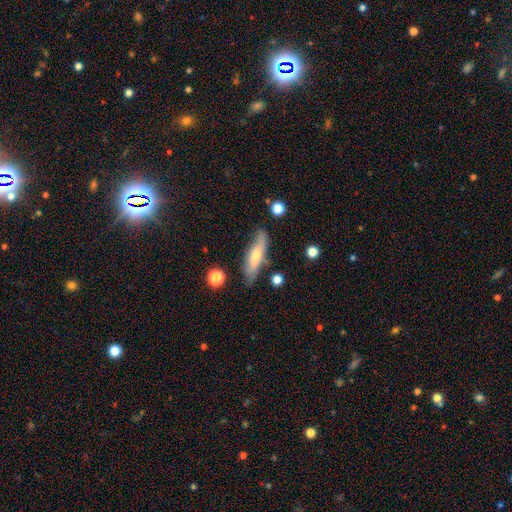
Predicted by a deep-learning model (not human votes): Smooth or featured? smooth (47%)
Merging? none (72%)